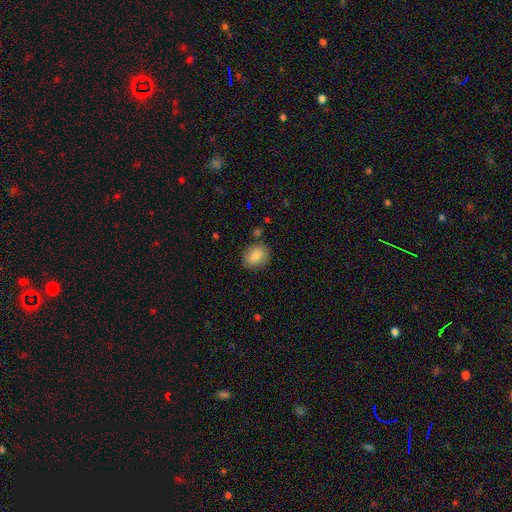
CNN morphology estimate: This is clearly a smooth galaxy (85%). How rounded: likely in between (62%). Merging: clearly none (83%).